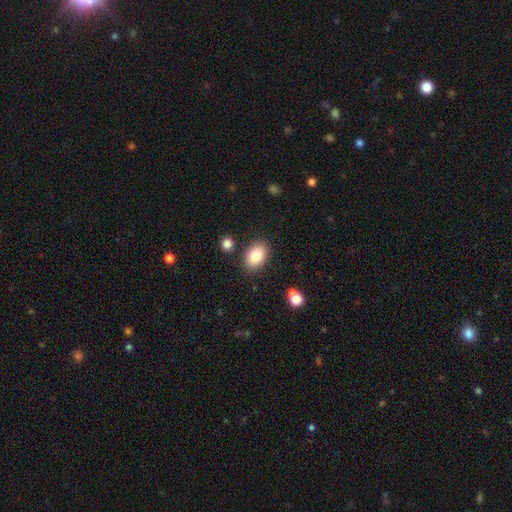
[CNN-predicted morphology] A smooth galaxy with no disk features (83%) that is in between round and cigar-shaped (83%). Merging: none (84%).